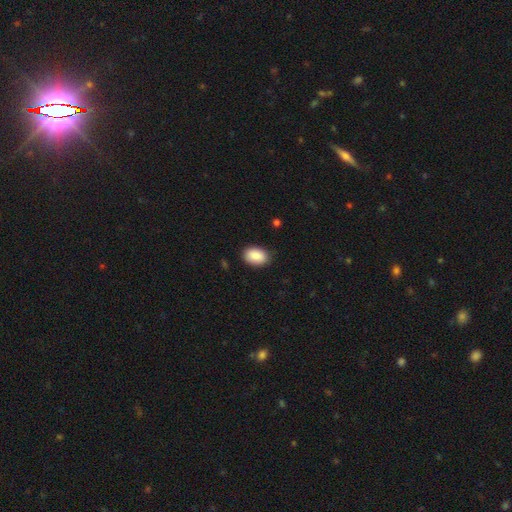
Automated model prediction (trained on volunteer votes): Morphology: type=smooth (90%); roundness=in between (86%); merging=none (87%).